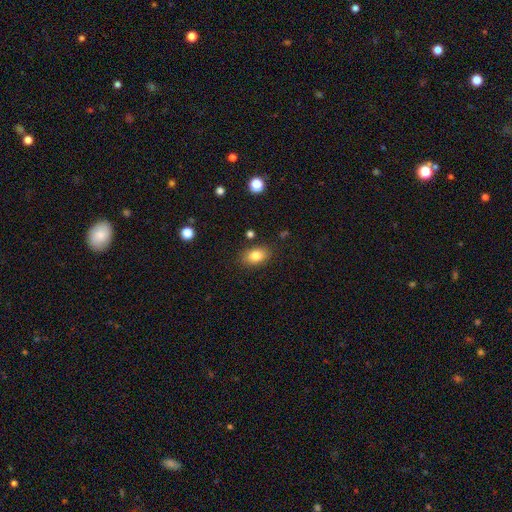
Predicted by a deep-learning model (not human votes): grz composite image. It shows a smooth galaxy with no disk features (83%) that is in between round and cigar-shaped (84%). Merging: none (85%).